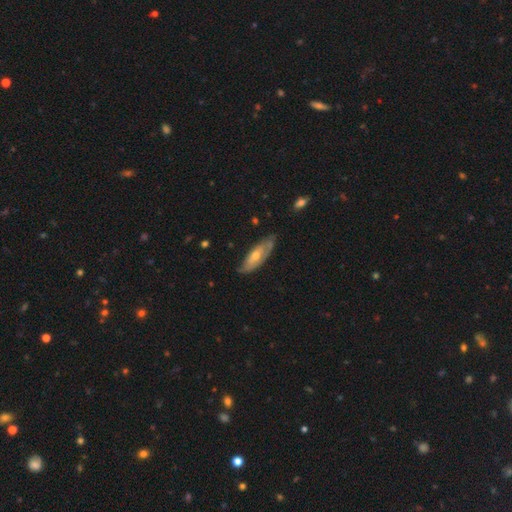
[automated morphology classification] type=featured or disk (59%); edge-on=no (70%); merging=none (69%).